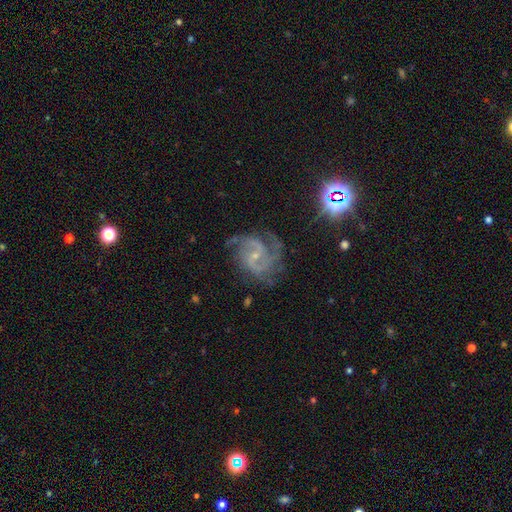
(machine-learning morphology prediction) A featured or disk galaxy (87%) with no bar (46%), 2 (49%) medium (54%) spiral arms (97%) and a small central bulge (75%). Merging: none (64%).